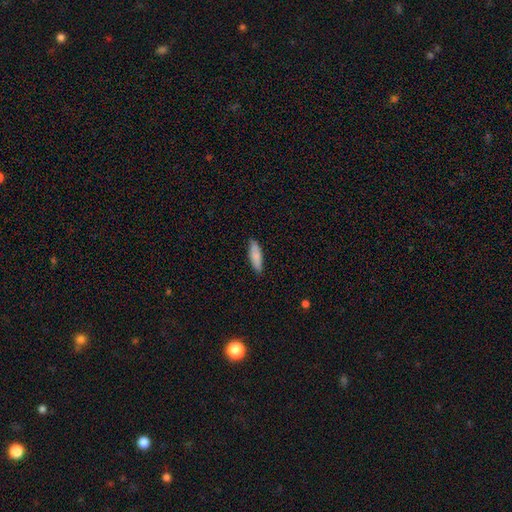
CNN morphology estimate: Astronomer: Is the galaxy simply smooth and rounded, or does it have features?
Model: smooth — 85%.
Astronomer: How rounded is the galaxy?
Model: cigar-shaped — 56% (runner-up: in between, 42%).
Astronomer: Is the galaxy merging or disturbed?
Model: none — 85%.